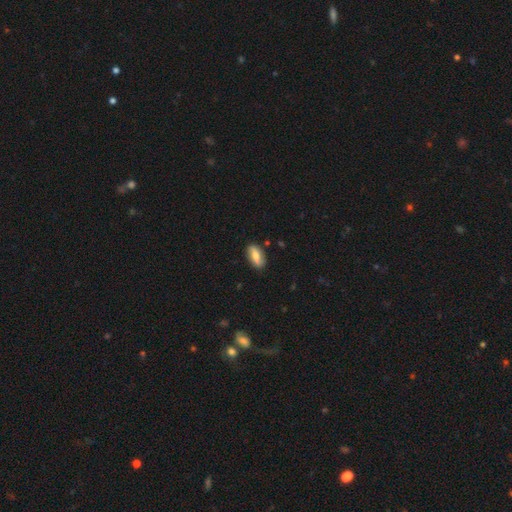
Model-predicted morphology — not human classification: Q: Smooth or featured?
A: smooth (63%); runner-up: featured or disk (30%)
Q: How rounded?
A: in between (84%); runner-up: cigar-shaped (12%)
Q: Merging?
A: none (83%); runner-up: minor disturbance (13%)